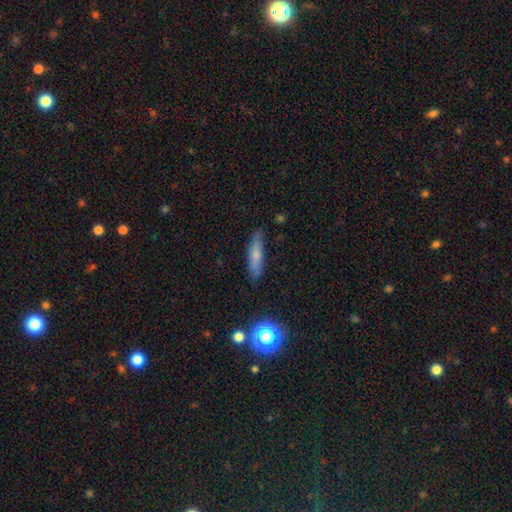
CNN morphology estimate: This is likely a smooth galaxy (64%). How rounded: likely cigar-shaped (78%). Merging: likely none (79%).